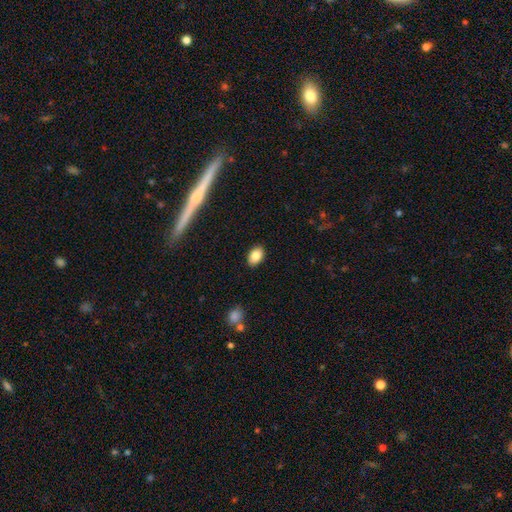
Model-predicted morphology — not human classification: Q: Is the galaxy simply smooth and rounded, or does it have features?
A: smooth — 84%.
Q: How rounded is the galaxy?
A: in between — 86%.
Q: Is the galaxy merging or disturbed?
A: none — 89%.